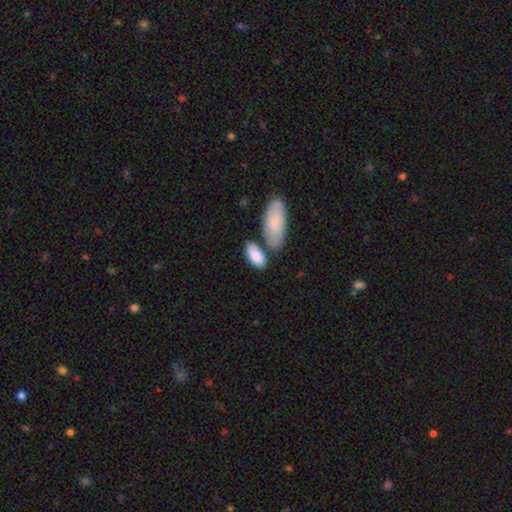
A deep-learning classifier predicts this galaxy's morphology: Smooth or featured: smooth — 82% (featured or disk — 12%)
How rounded: in between — 89% (cigar-shaped — 8%)
Merging: none — 55% (merger — 22%)